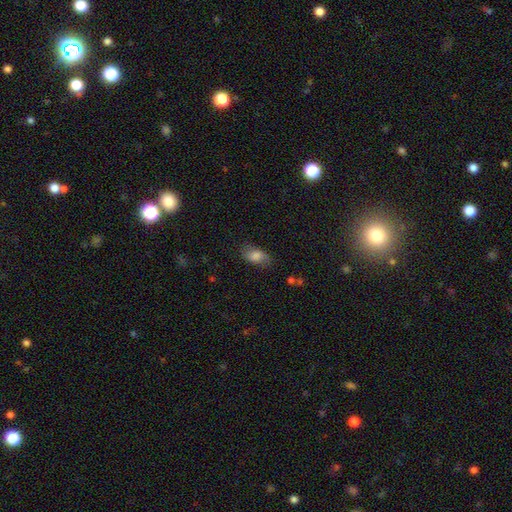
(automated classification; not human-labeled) Smooth or featured? smooth (78%)
How rounded? in between (90%)
Merging? none (72%)